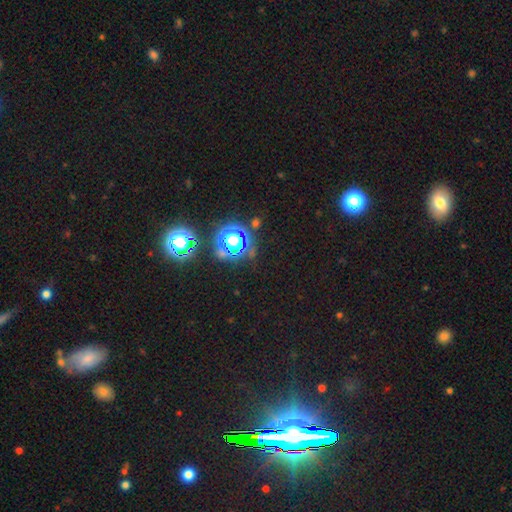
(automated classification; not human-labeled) Smooth or featured: star or artifact — 80% (smooth — 12%)